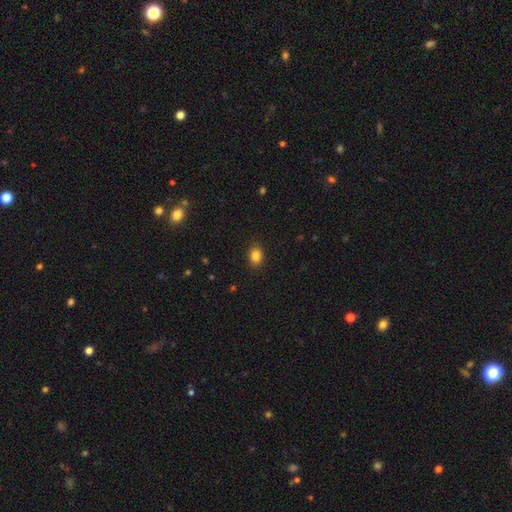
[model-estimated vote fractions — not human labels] smooth-or-featured: smooth: 85% | star or artifact: 10% | featured or disk: 5%
  how-rounded: in between: 66% | round: 33% | cigar-shaped: 1%
  merging: none: 88% | minor disturbance: 9% | major disturbance: 2% | merger: 1%